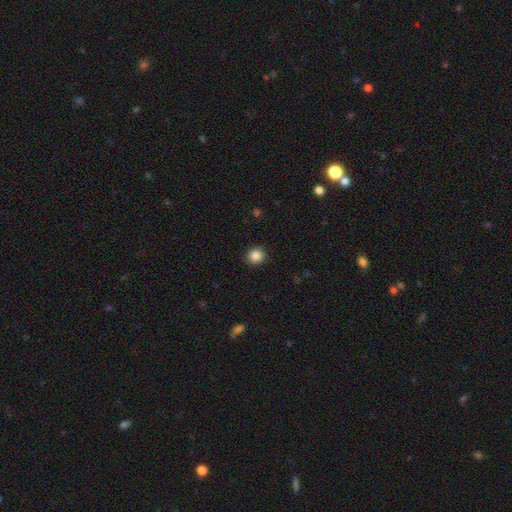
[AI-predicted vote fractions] Morphology: type=smooth (86%); roundness=round (89%); merging=none (92%).